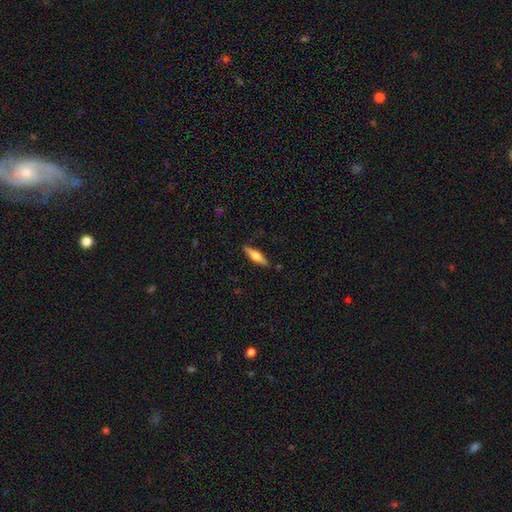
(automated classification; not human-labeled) This is possibly a featured or disk galaxy (52%). It is clearly viewed edge-on (96%). Merging: clearly none (88%).